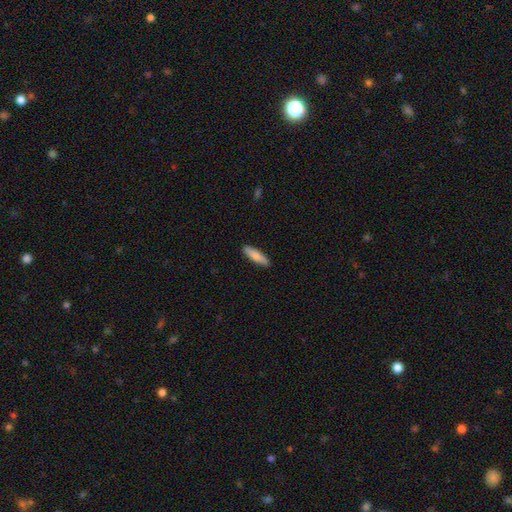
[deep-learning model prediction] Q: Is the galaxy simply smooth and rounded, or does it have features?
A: smooth — 84%.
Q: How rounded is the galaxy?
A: cigar-shaped — 69%.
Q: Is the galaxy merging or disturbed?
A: none — 90%.